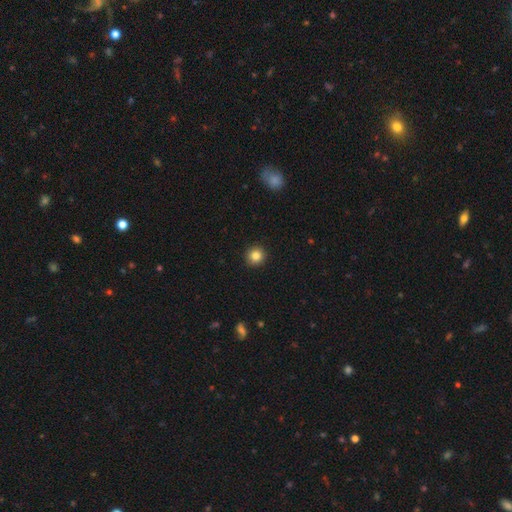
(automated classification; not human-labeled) Morphology: type=smooth (84%); roundness=round (93%); merging=none (92%).